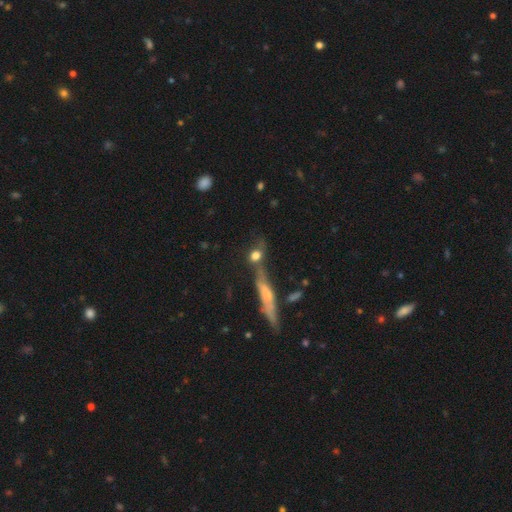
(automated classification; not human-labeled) Smooth or featured?
  - smooth: 64% *
  - featured or disk: 22%
  - star or artifact: 14%
How rounded?
  - round: 55% *
  - in between: 30%
  - cigar-shaped: 15%
Merging?
  - none: 43% *
  - merger: 32%
  - minor disturbance: 14%
  - major disturbance: 11%